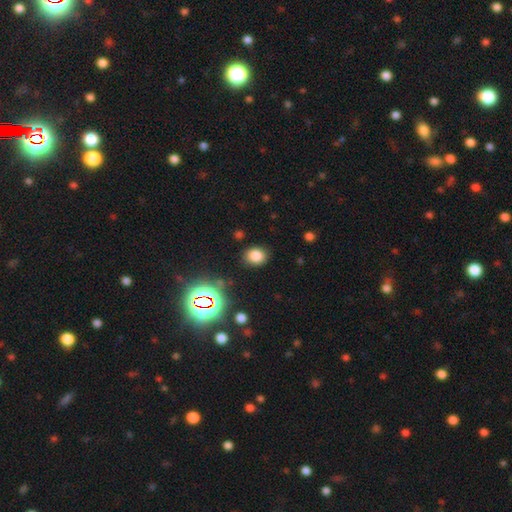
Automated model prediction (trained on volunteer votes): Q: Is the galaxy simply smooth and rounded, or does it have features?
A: smooth — 78%.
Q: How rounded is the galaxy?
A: round — 56%.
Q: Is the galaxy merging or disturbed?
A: none — 86%.